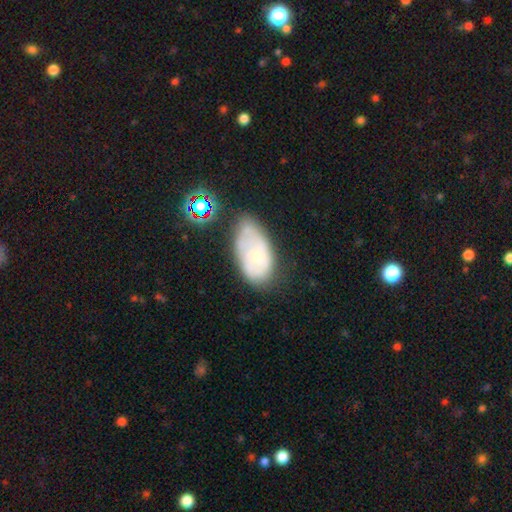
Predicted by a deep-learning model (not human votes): This is possibly a featured or disk galaxy (47%). Merging: marginally none (42%).